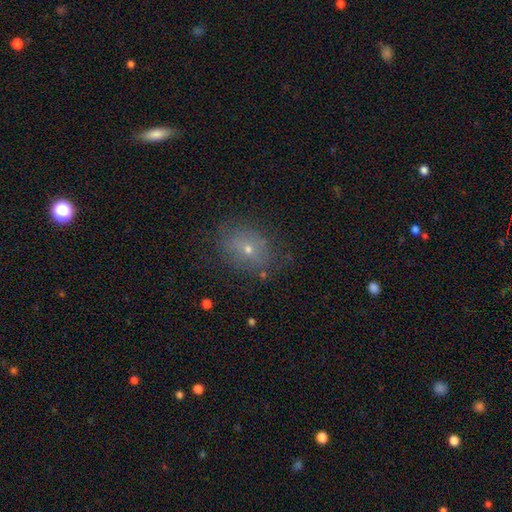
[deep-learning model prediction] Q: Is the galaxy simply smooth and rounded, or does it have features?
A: smooth — 59%.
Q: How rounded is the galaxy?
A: in between — 56%.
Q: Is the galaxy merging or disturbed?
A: none — 77%.